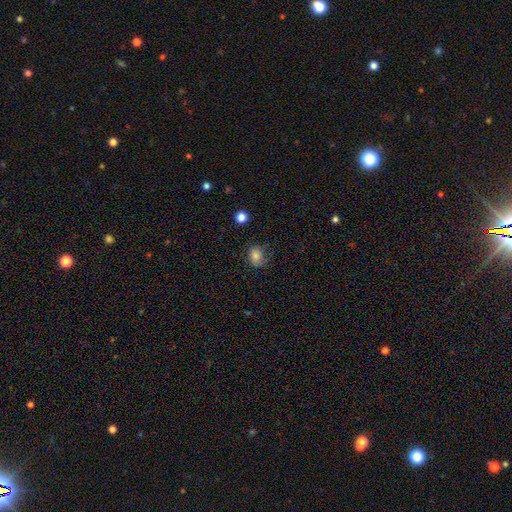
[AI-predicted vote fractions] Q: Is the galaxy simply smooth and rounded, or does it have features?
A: smooth — 79%.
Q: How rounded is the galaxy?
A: round — 57%.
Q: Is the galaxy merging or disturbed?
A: none — 65%.